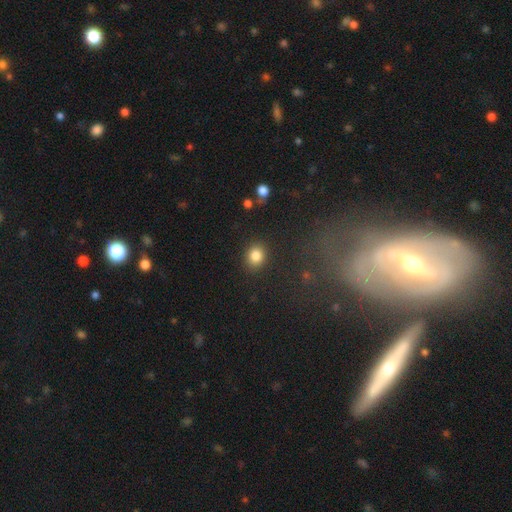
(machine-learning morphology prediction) A smooth galaxy with no disk features (85%) that is round (66%).

Vote fractions:
- Smooth or featured? smooth: 85% / star or artifact: 10% / featured or disk: 6%
- How rounded? round: 66% / in between: 33% / cigar-shaped: 1%
- Merging? none: 88% / minor disturbance: 8% / major disturbance: 3% / merger: 2%